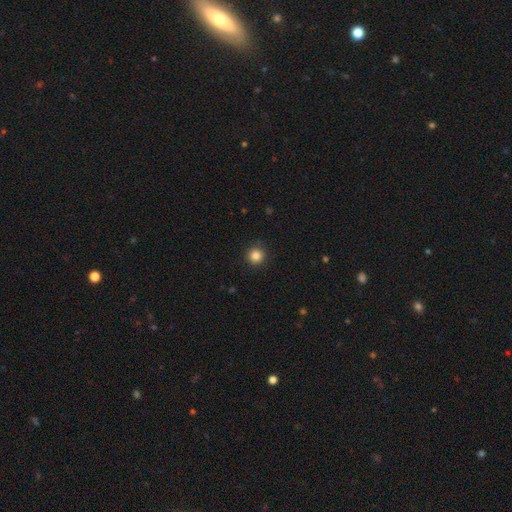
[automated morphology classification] Smooth or featured?
  - smooth: 84% *
  - star or artifact: 11%
  - featured or disk: 4%
How rounded?
  - round: 95% *
  - in between: 4%
  - cigar-shaped: 1%
Merging?
  - none: 91% *
  - minor disturbance: 6%
  - major disturbance: 2%
  - merger: 1%